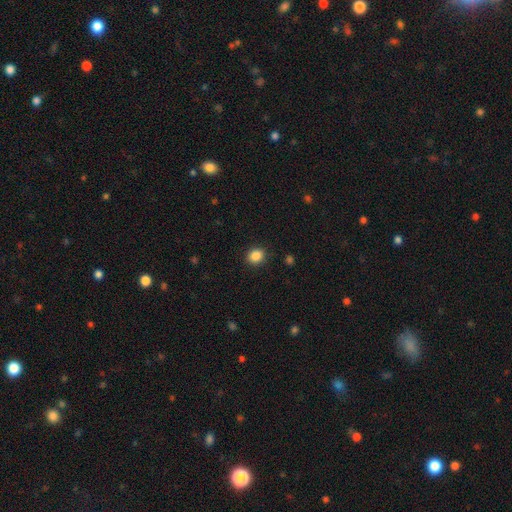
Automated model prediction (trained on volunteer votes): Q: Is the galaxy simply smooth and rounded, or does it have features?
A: smooth — 86%.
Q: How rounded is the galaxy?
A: round — 72%.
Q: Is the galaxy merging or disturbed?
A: none — 89%.